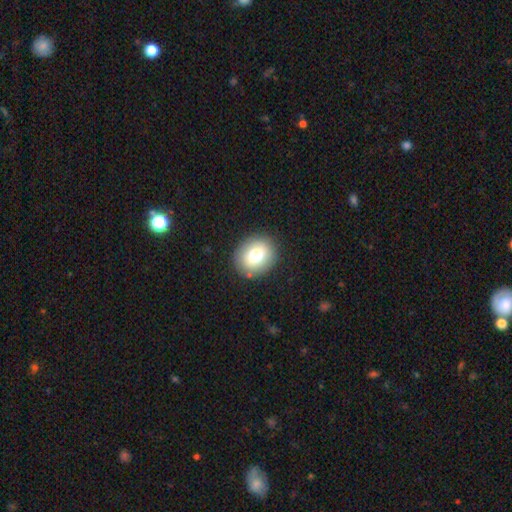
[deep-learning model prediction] Overall: smooth (75%). How rounded: round (70%). Merging: none (86%).